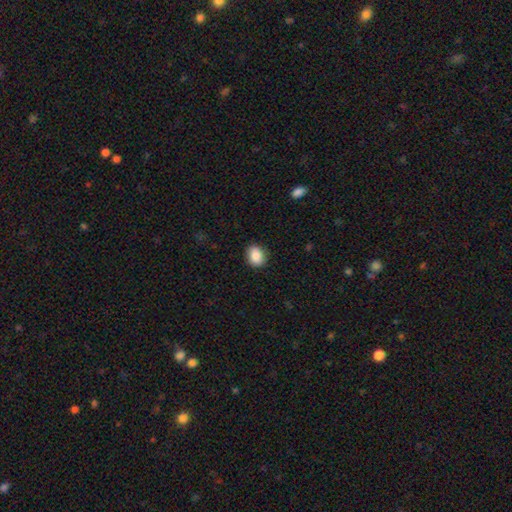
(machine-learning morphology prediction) Smooth or featured? smooth (87%)
How rounded? round (50%)
Merging? none (88%)